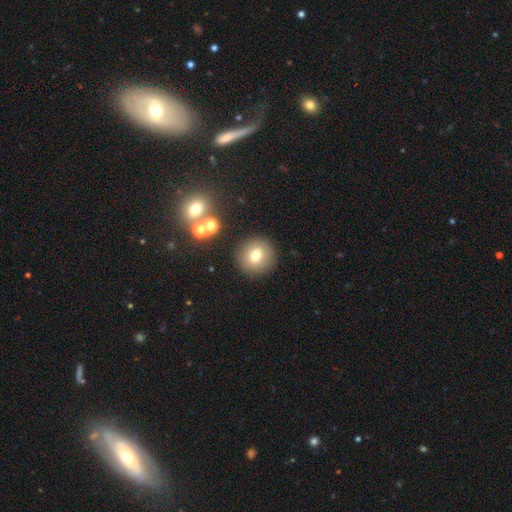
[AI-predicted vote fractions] Morphology: type=smooth (73%); roundness=round (93%); merging=none (87%).